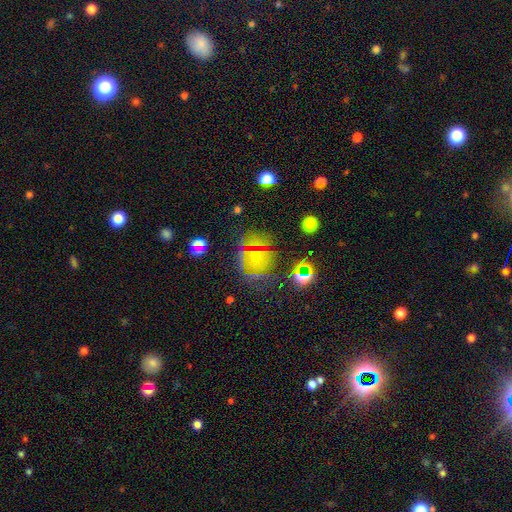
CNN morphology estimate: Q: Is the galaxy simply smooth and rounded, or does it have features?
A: featured or disk — 37%.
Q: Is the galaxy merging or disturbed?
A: none — 67%.